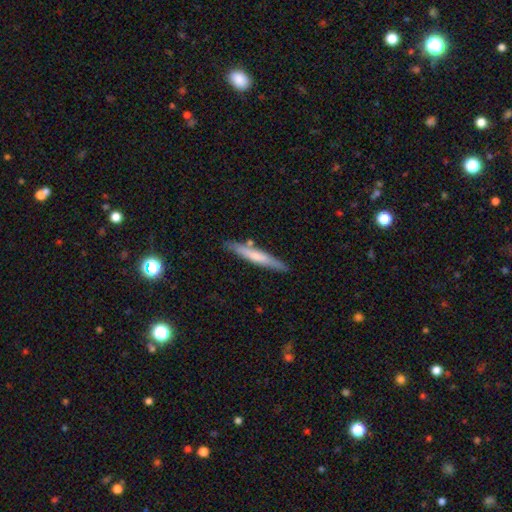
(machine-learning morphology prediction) Q: Smooth or featured?
A: smooth (58%); runner-up: featured or disk (37%)
Q: How rounded?
A: cigar-shaped (94%); runner-up: in between (5%)
Q: Merging?
A: none (83%); runner-up: minor disturbance (11%)